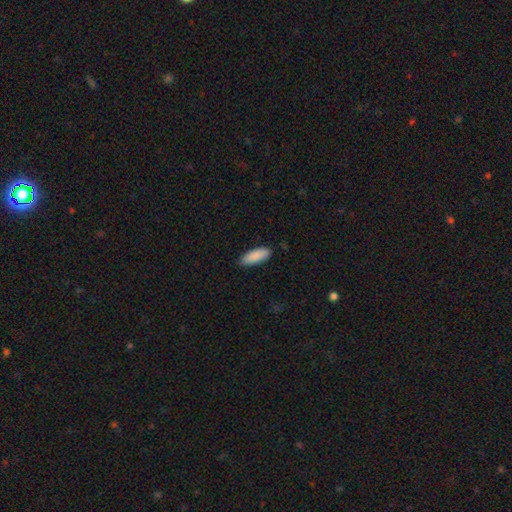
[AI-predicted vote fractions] Morphology: type=smooth (89%); roundness=in between (71%); merging=none (82%).